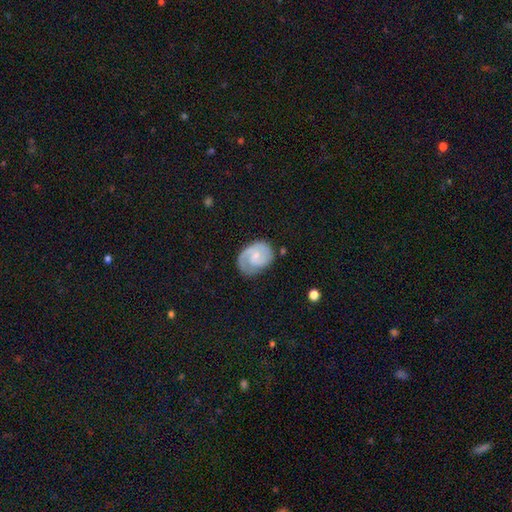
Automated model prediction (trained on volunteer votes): A featured or disk galaxy (71%) with no bar (59%), 2 (48%) tight (45%) spiral arms (91%) and a small central bulge (60%).

Vote fractions:
- Smooth or featured? featured or disk: 71% / smooth: 23% / star or artifact: 5%
- Edge-on disk? no: 98% / yes: 2%
- Bar? no: 59% / weak: 36% / strong: 5%
- Spiral arms? yes: 91% / no: 9%
- Spiral winding? tight: 45% / medium: 39% / loose: 16%
- Spiral arm count? 2: 48% / 1: 36% / can't tell: 12% / 3: 3% / 4: 1% / more than 4: 1%
- Bulge size? small: 60% / moderate: 30% / none: 7% / large: 2% / dominant: 1%
- Merging? none: 61% / minor disturbance: 25% / major disturbance: 12% / merger: 2%